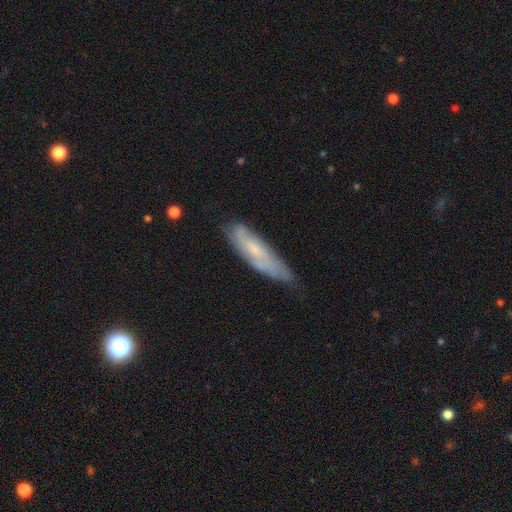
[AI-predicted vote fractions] This is possibly a smooth galaxy (49%). Merging: likely none (64%).